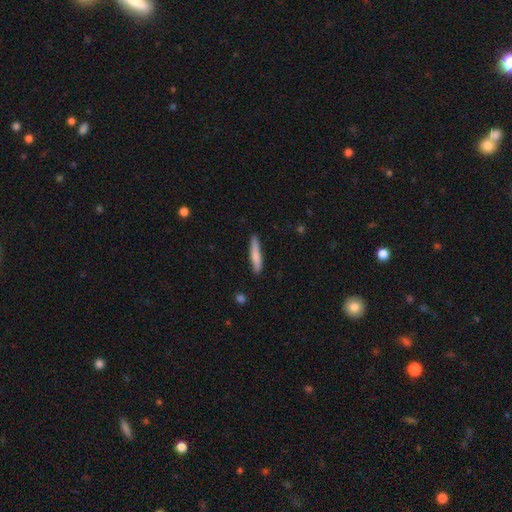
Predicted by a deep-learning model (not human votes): Smooth or featured? Predicted: smooth (p=0.76). How rounded? Predicted: cigar-shaped (p=0.91). Merging? Predicted: none (p=0.83).